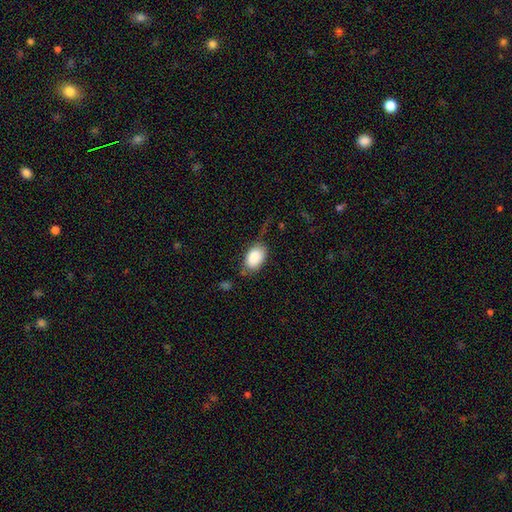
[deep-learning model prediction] This is clearly a smooth galaxy (87%). How rounded: clearly in between (90%). Merging: possibly none (57%).